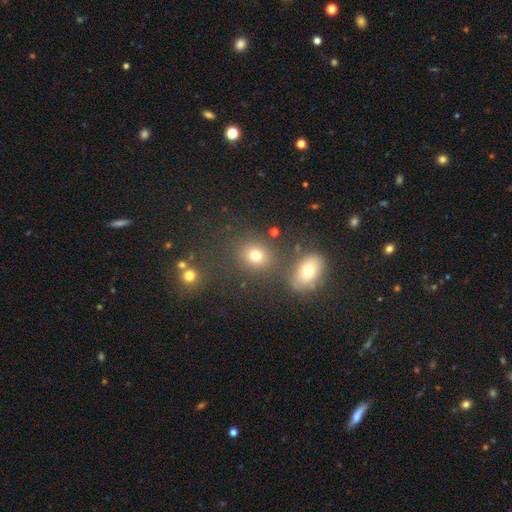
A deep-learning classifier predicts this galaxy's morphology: A smooth galaxy with no disk features (73%) that is round (63%). Merging: none (73%).